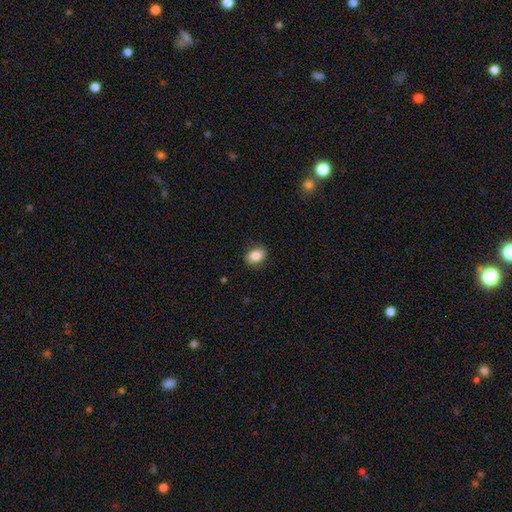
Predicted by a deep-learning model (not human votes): This is clearly a smooth galaxy (87%). How rounded: likely in between (75%). Merging: clearly none (85%).